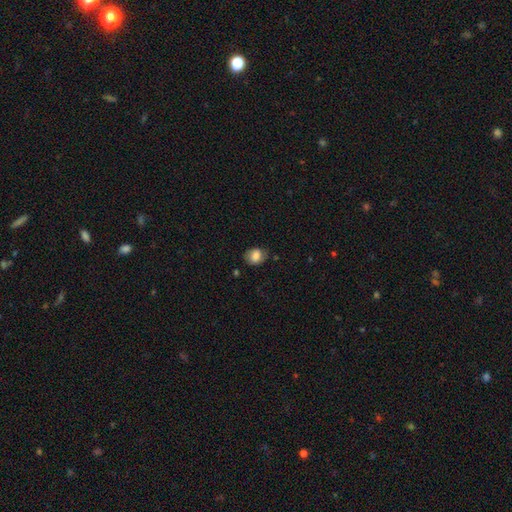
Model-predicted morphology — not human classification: smooth-or-featured: smooth: 75% | featured or disk: 17% | star or artifact: 9%
  how-rounded: in between: 56% | round: 43% | cigar-shaped: 1%
  merging: none: 71% | minor disturbance: 21% | major disturbance: 6% | merger: 2%